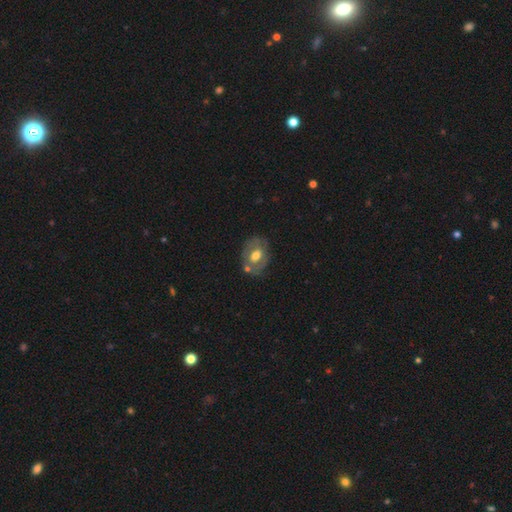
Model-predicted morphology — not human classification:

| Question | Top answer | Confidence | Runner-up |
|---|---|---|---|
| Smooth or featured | featured or disk | 52% | smooth (41%) |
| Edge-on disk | no | 94% | yes (6%) |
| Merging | none | 61% | minor disturbance (21%) |